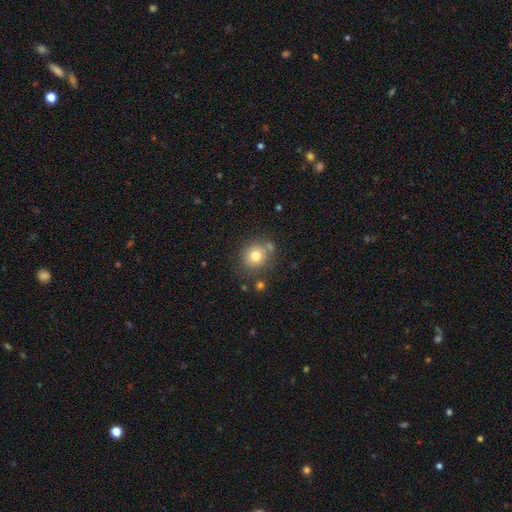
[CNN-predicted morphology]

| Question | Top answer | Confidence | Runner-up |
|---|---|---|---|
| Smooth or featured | smooth | 76% | featured or disk (12%) |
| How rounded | round | 85% | in between (14%) |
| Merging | none | 73% | minor disturbance (12%) |